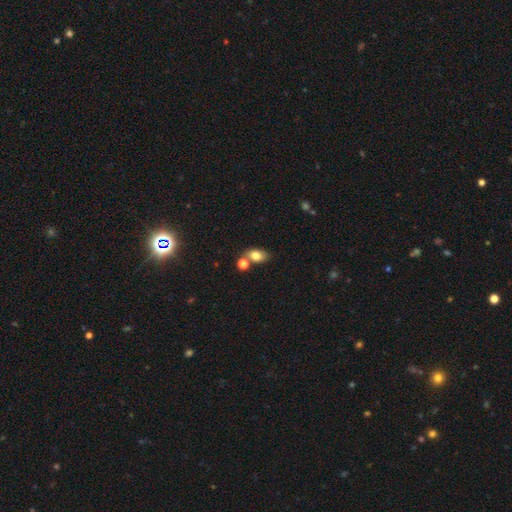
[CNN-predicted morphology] Smooth or featured? smooth (80%)
How rounded? in between (83%)
Merging? none (60%)